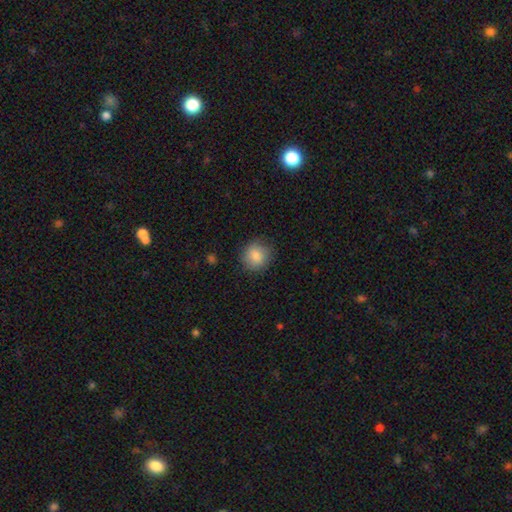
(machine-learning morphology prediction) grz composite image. It shows a smooth galaxy with no disk features (84%) that is round (85%). Merging: none (85%).